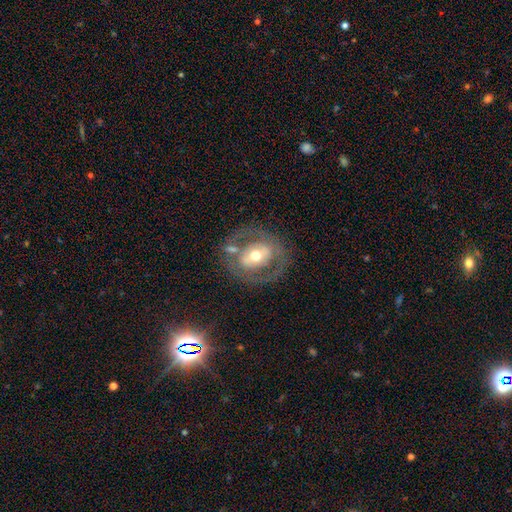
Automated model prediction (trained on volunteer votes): smooth_or_featured: featured or disk (p=0.64) [alt: smooth p=0.29]
disk_edge_on: no (p=0.94) [alt: yes p=0.06]
bar: no (p=0.49) [alt: weak p=0.28]
has_spiral_arms: no (p=0.68) [alt: yes p=0.32]
bulge_size: moderate (p=0.70) [alt: small p=0.16]
merging: none (p=0.65) [alt: minor disturbance p=0.15]